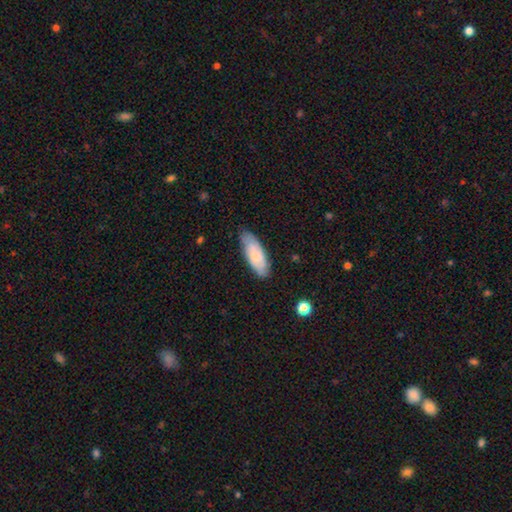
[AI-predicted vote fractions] A smooth galaxy with no disk features (69%) that is in between round and cigar-shaped (72%). Merging: none (76%).